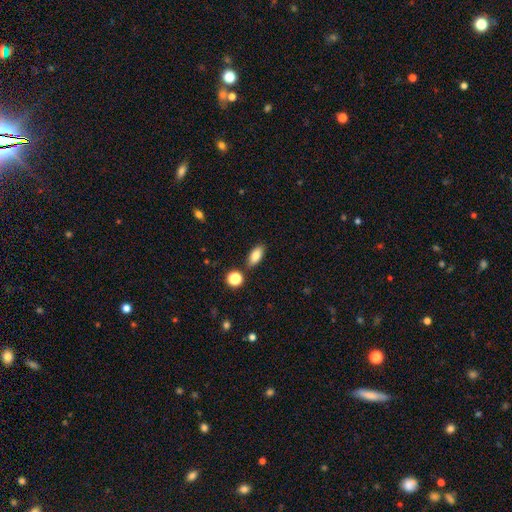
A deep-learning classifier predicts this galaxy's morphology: smooth-or-featured: smooth: 82% | featured or disk: 9% | star or artifact: 8%
  how-rounded: in between: 86% | cigar-shaped: 10% | round: 5%
  merging: none: 83% | minor disturbance: 10% | merger: 5% | major disturbance: 2%